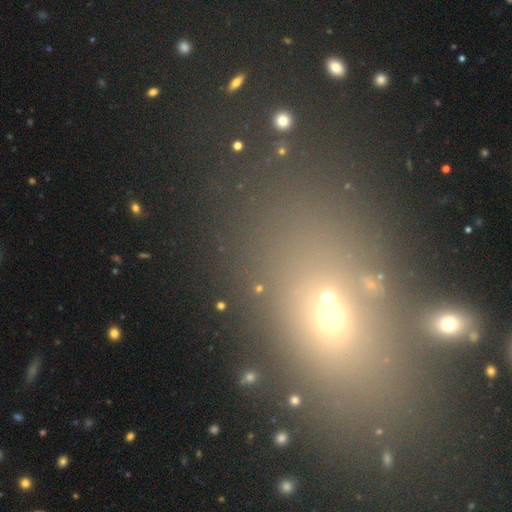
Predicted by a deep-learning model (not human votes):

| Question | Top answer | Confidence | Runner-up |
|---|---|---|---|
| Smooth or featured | smooth | 48% | star or artifact (37%) |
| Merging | none | 69% | merger (12%) |